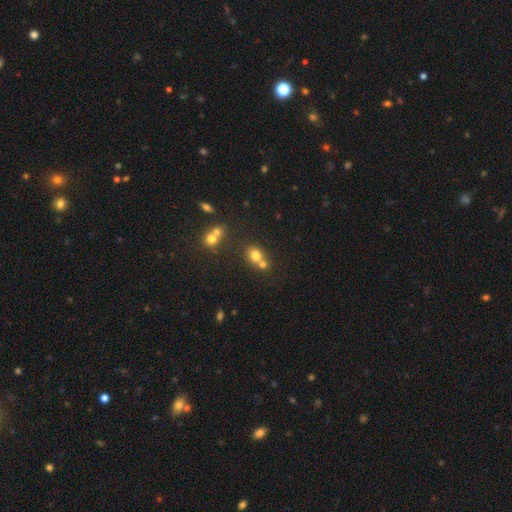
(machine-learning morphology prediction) A smooth galaxy with no disk features (73%) that is round (64%).

Vote fractions:
- Smooth or featured? smooth: 73% / star or artifact: 15% / featured or disk: 11%
- How rounded? round: 64% / in between: 35% / cigar-shaped: 1%
- Merging? merger: 45% / none: 42% / minor disturbance: 9% / major disturbance: 4%